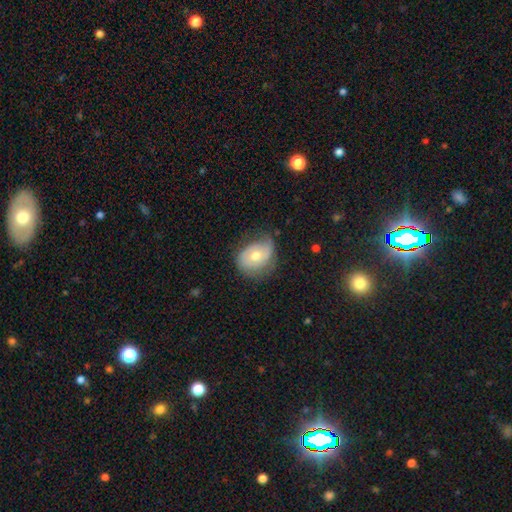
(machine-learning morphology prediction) Overall: smooth (49%; featured or disk 44%). Merging: none (52%; minor disturbance 34%).